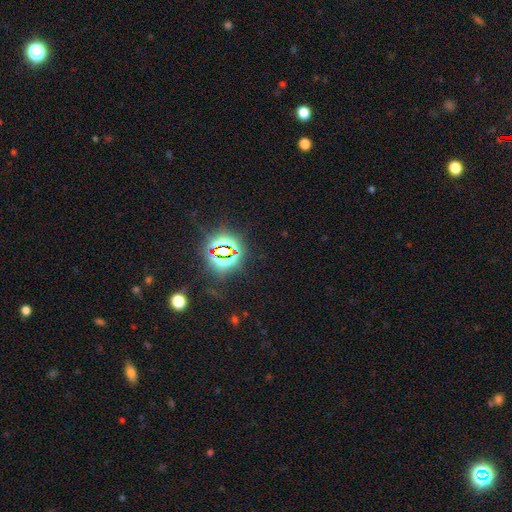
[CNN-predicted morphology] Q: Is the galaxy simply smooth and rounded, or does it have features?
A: star or artifact — 81%.